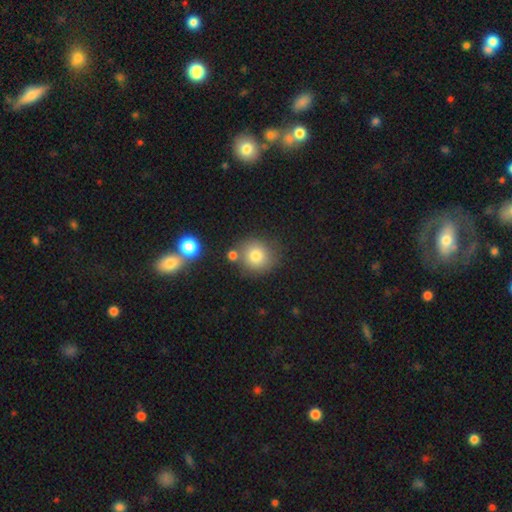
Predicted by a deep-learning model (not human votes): A smooth galaxy with no disk features (79%) that is round (88%).

Vote fractions:
- Smooth or featured? smooth: 79% / star or artifact: 12% / featured or disk: 9%
- How rounded? round: 88% / in between: 11% / cigar-shaped: 1%
- Merging? none: 73% / merger: 12% / minor disturbance: 11% / major disturbance: 4%